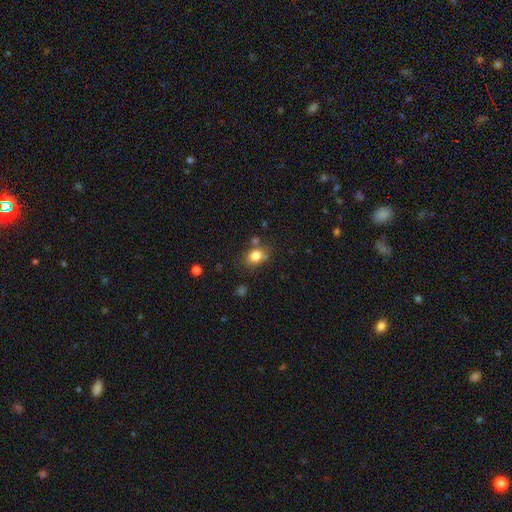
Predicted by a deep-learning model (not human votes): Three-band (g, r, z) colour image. It shows a smooth galaxy with no disk features (80%) that is in between round and cigar-shaped (56%). Merging: none (69%).